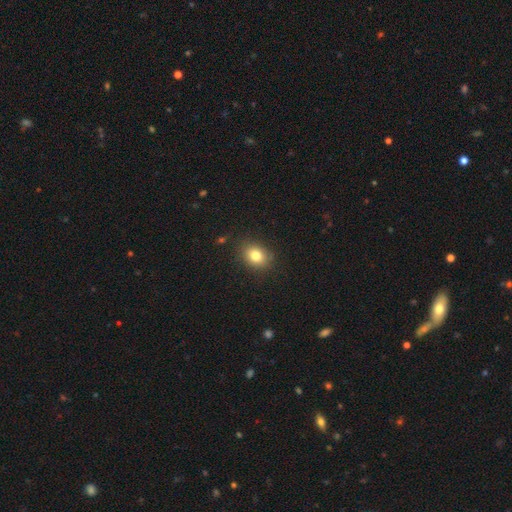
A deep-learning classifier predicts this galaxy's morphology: A smooth galaxy with no disk features (81%) that is in between round and cigar-shaped (53%). Merging: none (87%).